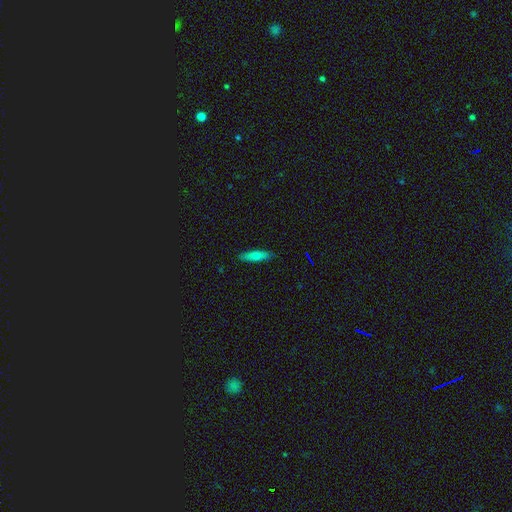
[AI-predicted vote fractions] The model was most divided on "smooth or featured": smooth: 64%, featured or disk: 29%, star or artifact: 7%. More confident: merging — none (89%); how rounded — cigar-shaped (72%).